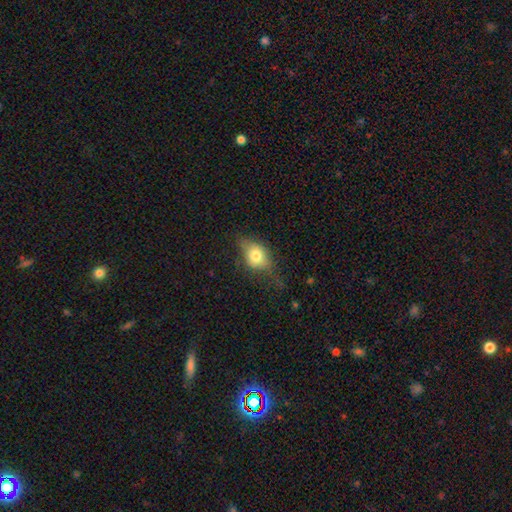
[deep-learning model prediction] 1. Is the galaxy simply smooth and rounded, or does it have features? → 68% smooth, 23% featured or disk, 9% star or artifact.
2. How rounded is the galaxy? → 66% in between, 30% round, 4% cigar-shaped.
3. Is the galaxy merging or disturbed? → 49% none, 32% minor disturbance, 17% major disturbance, 2% merger.